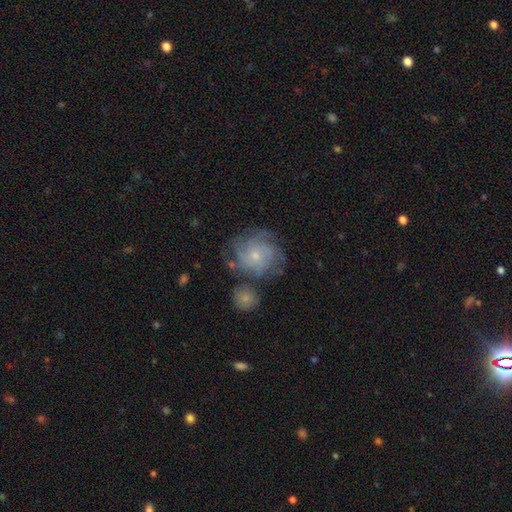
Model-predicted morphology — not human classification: type=featured or disk (72%); edge-on=no (98%); bar=no (79%); spiral arms=yes (91%); winding=tight (56%); arm count=can't tell (33%); bulge=small (66%); merging=none (64%).